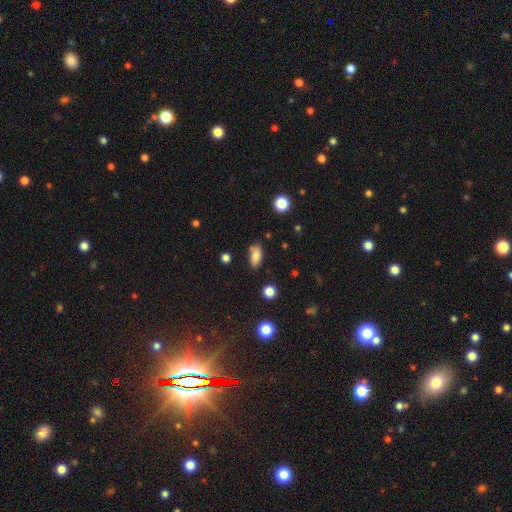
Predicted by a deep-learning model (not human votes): smooth_or_featured: smooth (p=0.82) [alt: star or artifact p=0.09]
how_rounded: in between (p=0.85) [alt: cigar-shaped p=0.11]
merging: none (p=0.75) [alt: minor disturbance p=0.17]